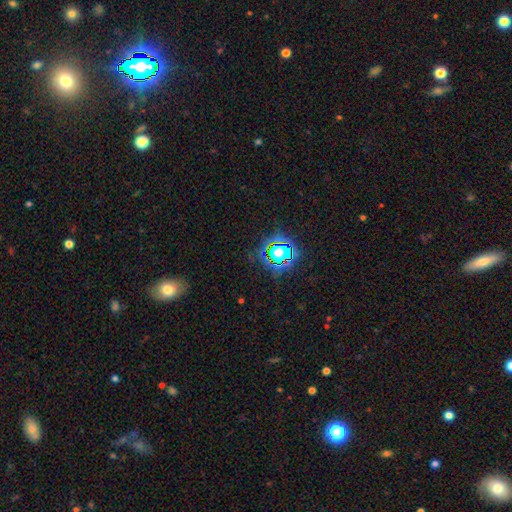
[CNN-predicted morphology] Smooth or featured?
  - star or artifact: 74% *
  - smooth: 17%
  - featured or disk: 9%